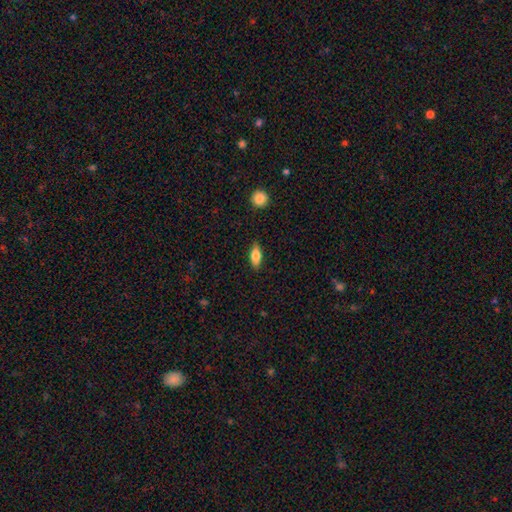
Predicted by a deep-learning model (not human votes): Overall: smooth (74%). How rounded: in between (78%). Merging: none (86%).